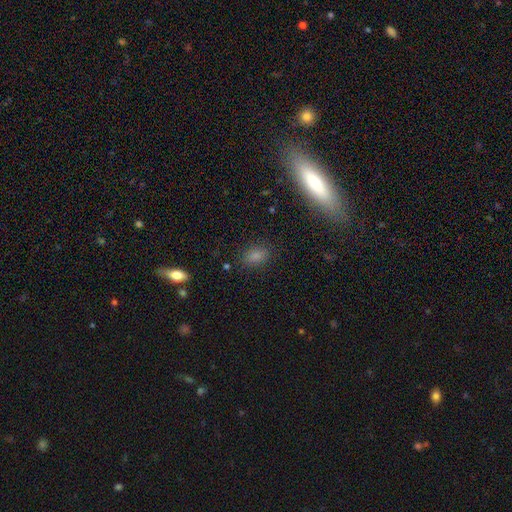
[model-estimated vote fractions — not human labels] A smooth galaxy with no disk features (79%) that is in between round and cigar-shaped (82%). Merging: none (84%).